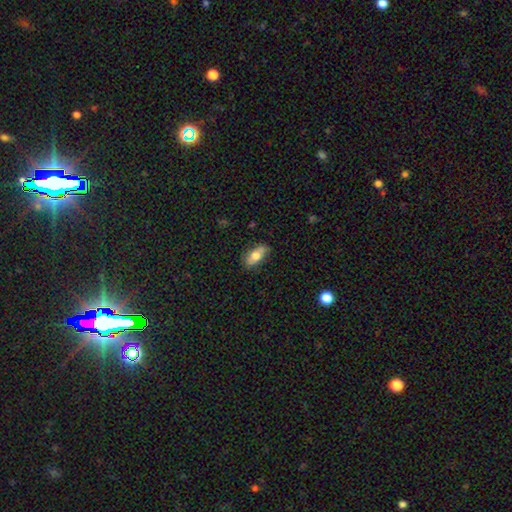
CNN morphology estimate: smooth_or_featured: smooth (p=0.70) [alt: featured or disk p=0.23]
how_rounded: in between (p=0.84) [alt: cigar-shaped p=0.12]
merging: none (p=0.78) [alt: minor disturbance p=0.18]